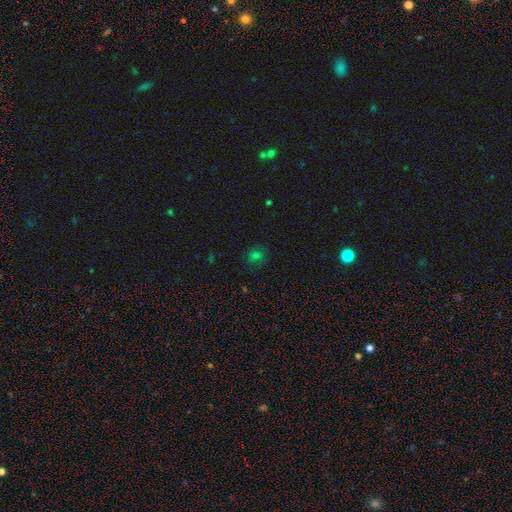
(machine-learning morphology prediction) A smooth galaxy with no disk features (65%) that is round (65%). Merging: none (76%).